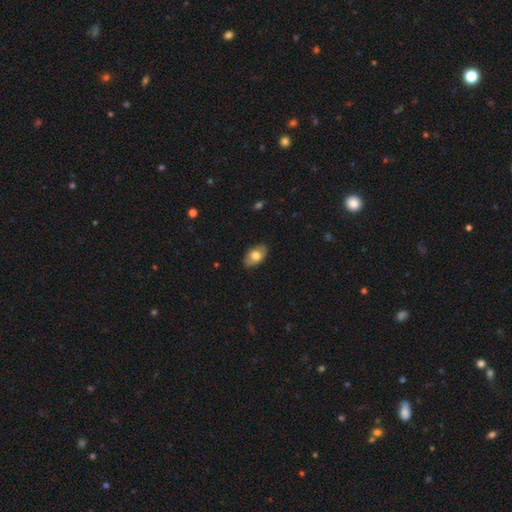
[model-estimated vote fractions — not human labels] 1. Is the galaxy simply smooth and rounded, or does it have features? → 71% smooth, 22% featured or disk, 7% star or artifact.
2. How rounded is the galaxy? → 92% in between, 6% round, 2% cigar-shaped.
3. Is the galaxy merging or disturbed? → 84% none, 13% minor disturbance, 2% major disturbance, 1% merger.